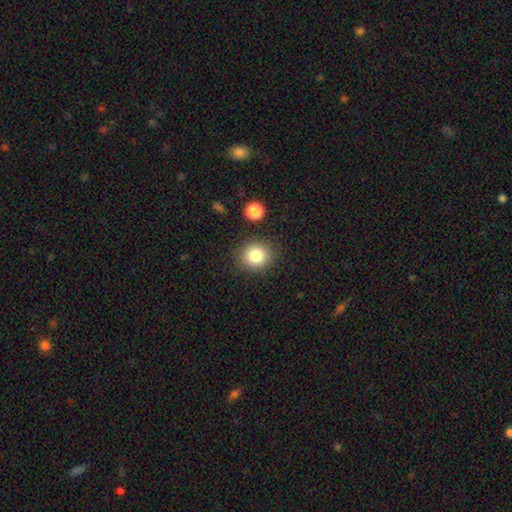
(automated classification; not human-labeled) smooth 82%, star or artifact 11%, featured or disk 7%. Down the decision tree: how rounded — round (82%); merging — none (86%).